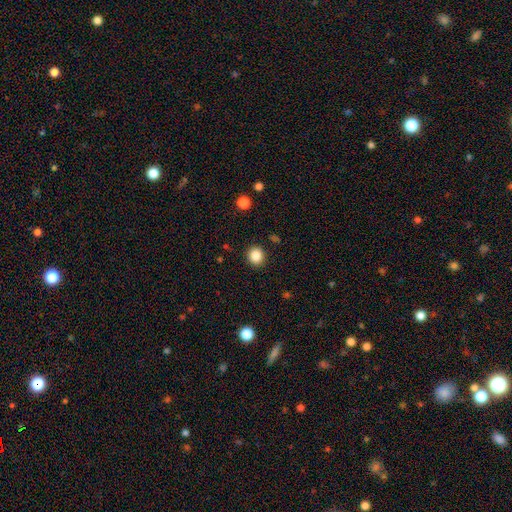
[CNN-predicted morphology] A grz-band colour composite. It shows a smooth galaxy with no disk features (86%) that is round (87%). Merging: none (91%).